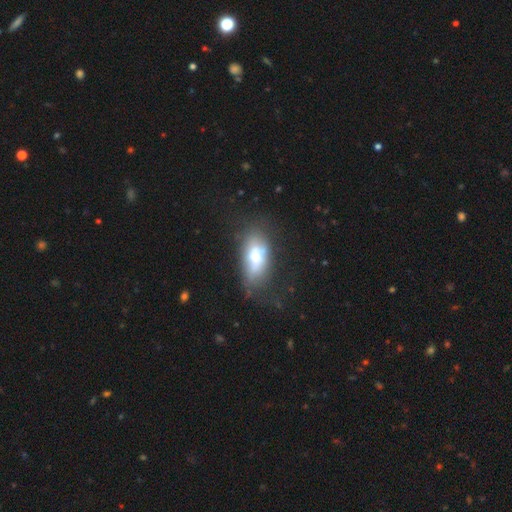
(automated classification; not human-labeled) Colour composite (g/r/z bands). It shows a smooth galaxy with no disk features (58%) that is in between round and cigar-shaped (87%). Merging: none (55%).